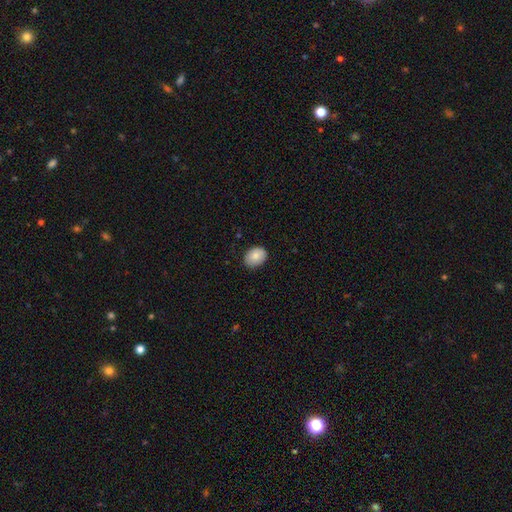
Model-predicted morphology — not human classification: smooth_or_featured: smooth (p=0.85) [alt: featured or disk p=0.08]
how_rounded: in between (p=0.66) [alt: round p=0.33]
merging: none (p=0.84) [alt: minor disturbance p=0.13]